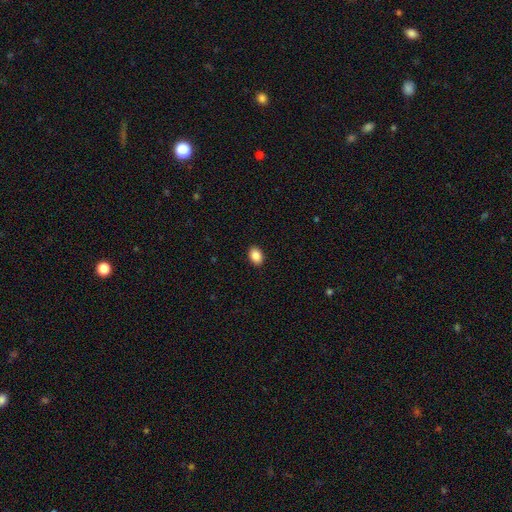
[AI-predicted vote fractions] Q: Smooth or featured?
A: smooth (87%); runner-up: star or artifact (8%)
Q: How rounded?
A: in between (77%); runner-up: round (22%)
Q: Merging?
A: none (91%); runner-up: minor disturbance (6%)